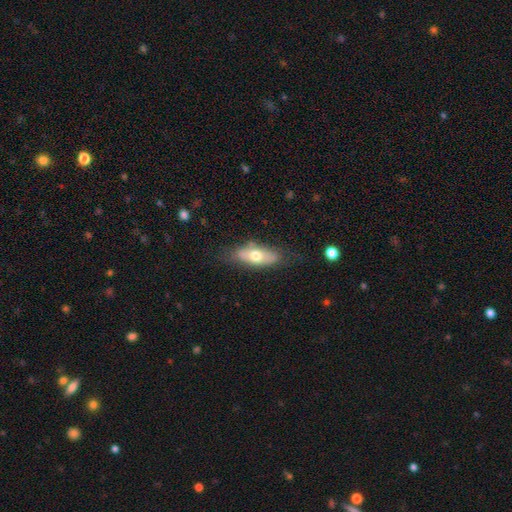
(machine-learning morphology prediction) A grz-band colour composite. It shows a smooth galaxy with no disk features (60%) that is in between round and cigar-shaped (78%). Merging: none (72%).